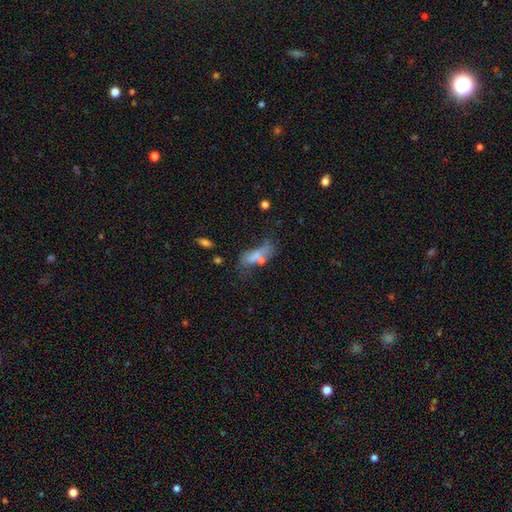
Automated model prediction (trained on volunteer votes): A smooth galaxy with no disk features (58%) that is in between round and cigar-shaped (71%).

Vote fractions:
- Smooth or featured? smooth: 58% / featured or disk: 30% / star or artifact: 12%
- How rounded? in between: 71% / cigar-shaped: 24% / round: 5%
- Merging? merger: 29% / none: 26% / major disturbance: 25% / minor disturbance: 20%